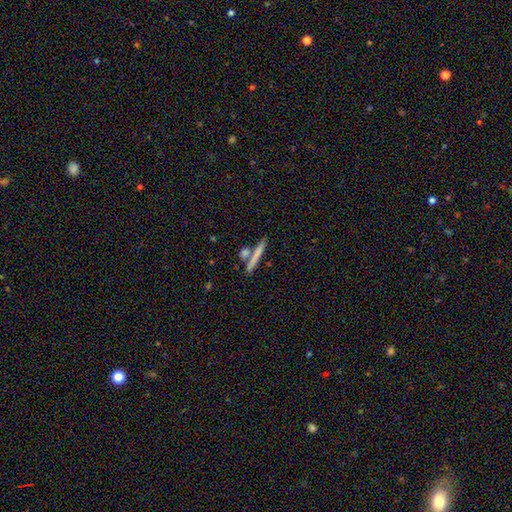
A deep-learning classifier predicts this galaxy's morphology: The model was most divided on "smooth or featured": smooth: 69%, featured or disk: 24%, star or artifact: 7%. More confident: how rounded — cigar-shaped (88%); merging — none (74%).